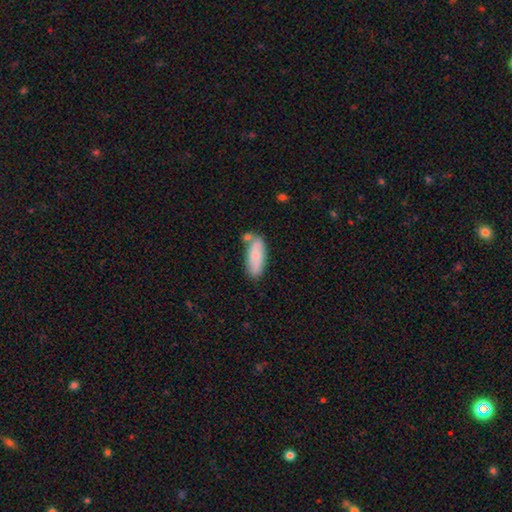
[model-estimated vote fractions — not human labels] The model was most divided on "how rounded": in between: 70%, cigar-shaped: 28%, round: 2%. More confident: smooth or featured — smooth (75%); merging — none (67%).